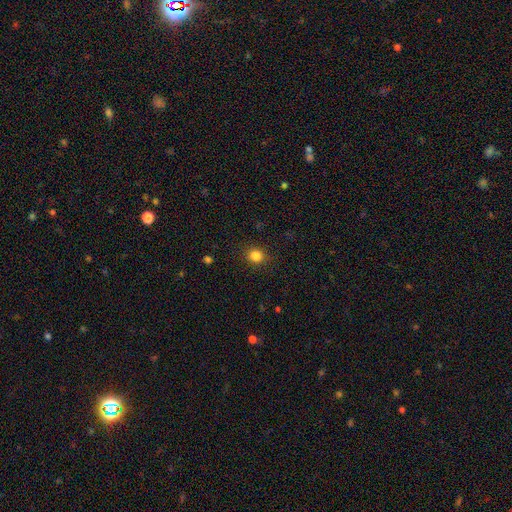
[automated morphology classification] The model was most divided on "how rounded": round: 81%, in between: 18%, cigar-shaped: 1%. More confident: merging — none (89%); smooth or featured — smooth (84%).